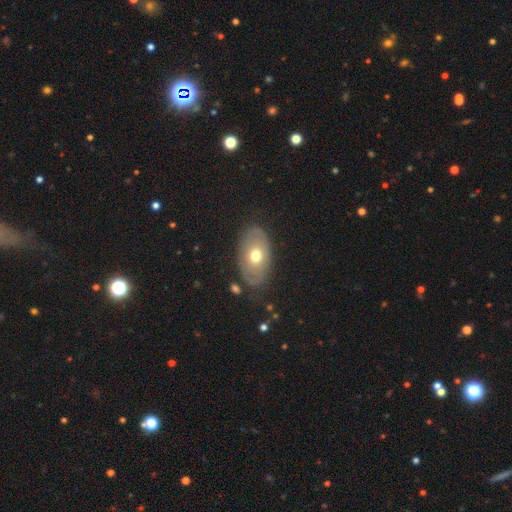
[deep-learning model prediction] Overall: smooth (53%; featured or disk 40%). How rounded: in between (89%). Merging: none (80%).